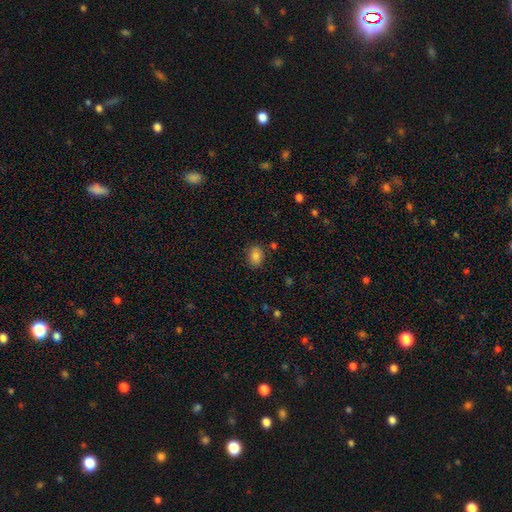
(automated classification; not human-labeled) Smooth or featured?
  - smooth: 84% *
  - star or artifact: 10%
  - featured or disk: 7%
How rounded?
  - in between: 70% *
  - round: 29%
  - cigar-shaped: 1%
Merging?
  - none: 83% *
  - minor disturbance: 11%
  - major disturbance: 3%
  - merger: 3%